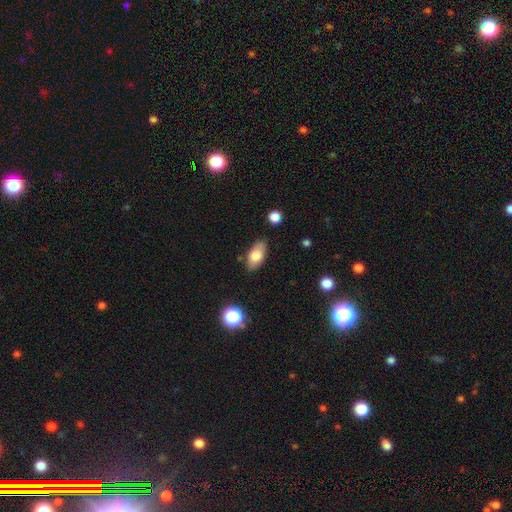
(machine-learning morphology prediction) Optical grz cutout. It shows a smooth galaxy with no disk features (76%) that is in between round and cigar-shaped (91%). Merging: none (83%).